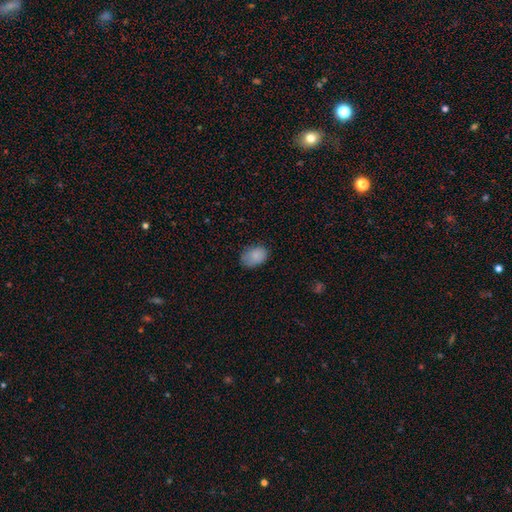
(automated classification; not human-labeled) The model was most divided on "merging": none: 74%, minor disturbance: 21%, major disturbance: 4%, merger: 1%. More confident: smooth or featured — smooth (86%); how rounded — in between (79%).